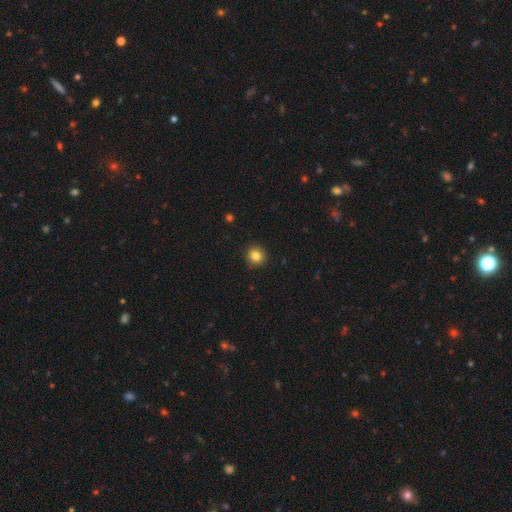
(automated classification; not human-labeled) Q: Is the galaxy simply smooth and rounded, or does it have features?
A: smooth — 83%.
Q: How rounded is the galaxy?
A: round — 94%.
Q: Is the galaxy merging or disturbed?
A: none — 92%.